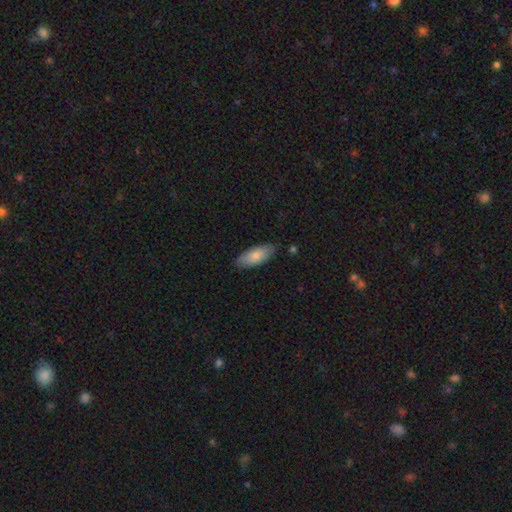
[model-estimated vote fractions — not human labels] smooth 80%, featured or disk 15%, star or artifact 5%. Down the decision tree: how rounded — in between (81%); merging — none (82%).